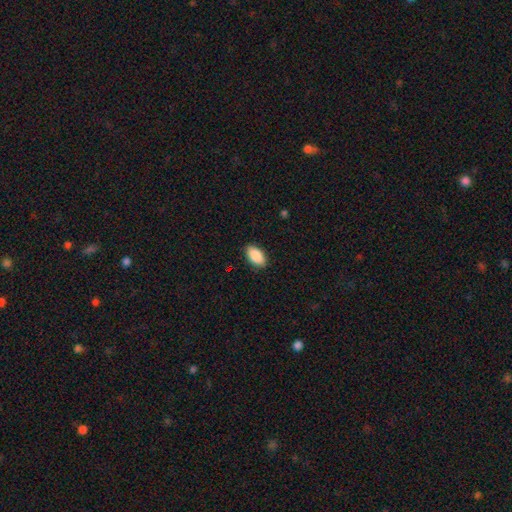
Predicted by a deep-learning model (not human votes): Smooth or featured: smooth — 89% (star or artifact — 7%)
How rounded: in between — 94% (round — 4%)
Merging: none — 89% (minor disturbance — 8%)